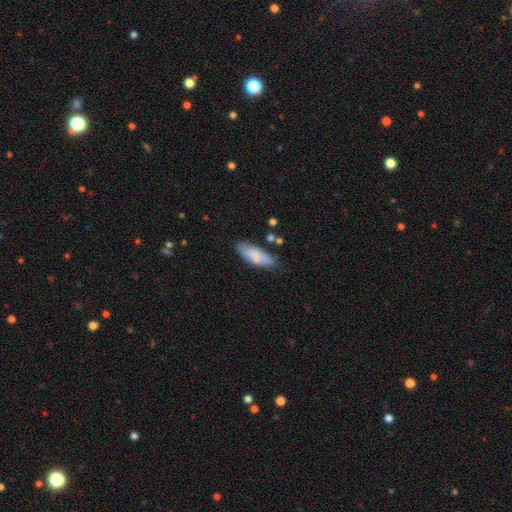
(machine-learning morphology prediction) This appears to be a smooth galaxy with no disk features (78%) that is in between round and cigar-shaped (69%). Merging: none (69%).